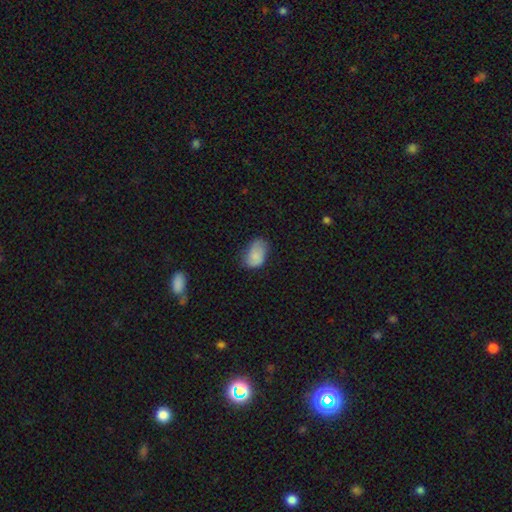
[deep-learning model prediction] smooth 83%, featured or disk 9%, star or artifact 8%. Down the decision tree: how rounded — in between (87%); merging — none (50%).